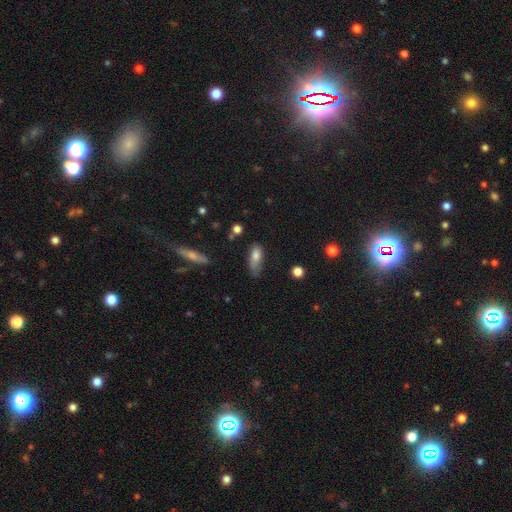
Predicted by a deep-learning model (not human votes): smooth-or-featured: smooth: 76% | featured or disk: 16% | star or artifact: 8%
  how-rounded: in between: 74% | cigar-shaped: 22% | round: 3%
  merging: minor disturbance: 41% | none: 38% | major disturbance: 17% | merger: 4%